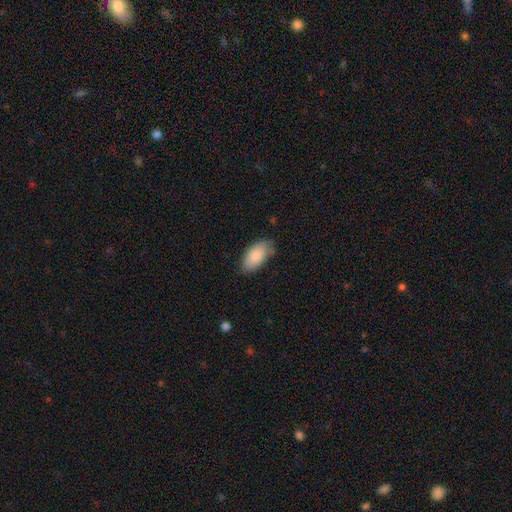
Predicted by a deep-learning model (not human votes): Morphology: type=smooth (86%); roundness=in between (94%); merging=none (73%).